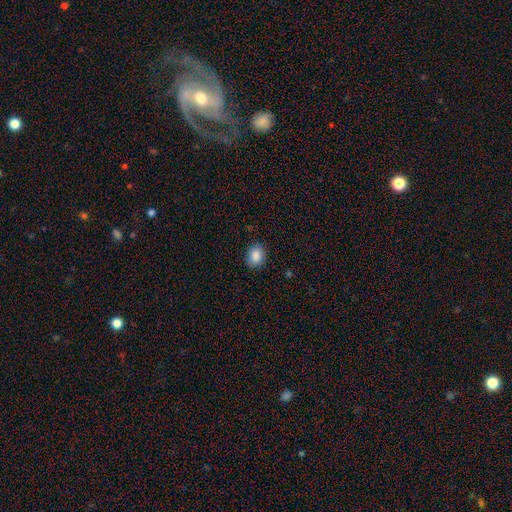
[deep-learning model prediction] Smooth or featured?
  - smooth: 87% *
  - star or artifact: 8%
  - featured or disk: 5%
How rounded?
  - in between: 58% *
  - round: 41%
  - cigar-shaped: 1%
Merging?
  - none: 86% *
  - minor disturbance: 11%
  - major disturbance: 2%
  - merger: 1%